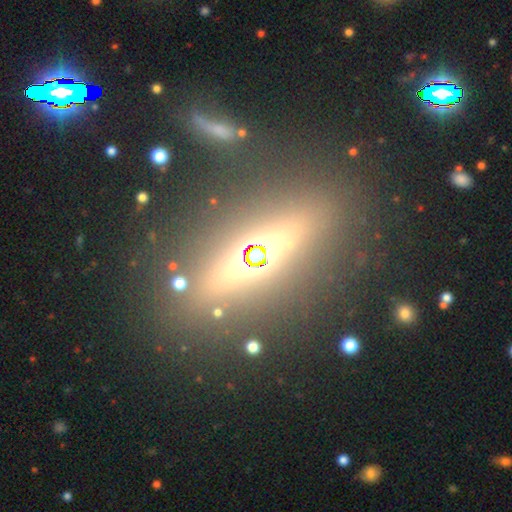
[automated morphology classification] Q: Smooth or featured?
A: featured or disk (41%); runner-up: star or artifact (34%)
Q: Merging?
A: none (84%); runner-up: minor disturbance (8%)